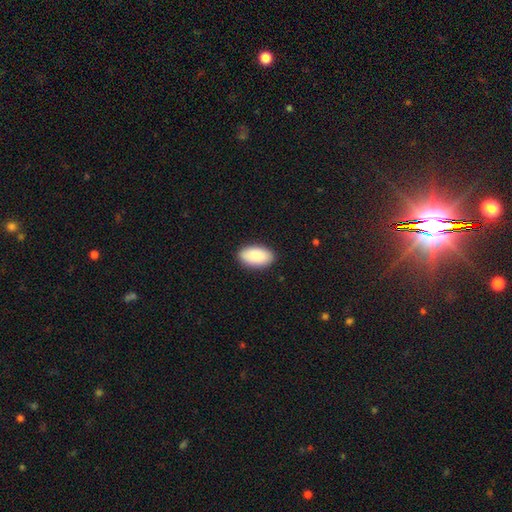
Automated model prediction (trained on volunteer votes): The model was most divided on "merging": none: 89%, minor disturbance: 8%, major disturbance: 2%, merger: 1%. More confident: how rounded — in between (95%); smooth or featured — smooth (88%).